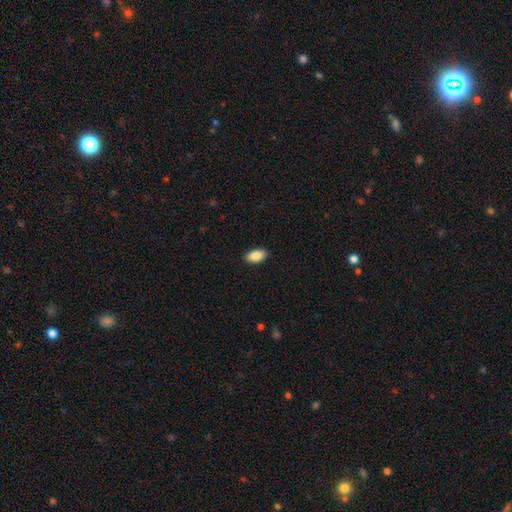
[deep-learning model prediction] This is clearly a smooth galaxy (88%). How rounded: clearly in between (94%). Merging: clearly none (90%).